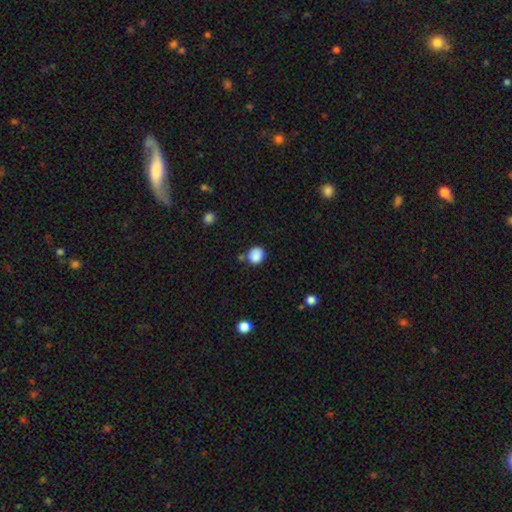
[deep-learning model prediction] This is clearly a smooth galaxy (86%). How rounded: likely round (72%). Merging: likely none (68%).